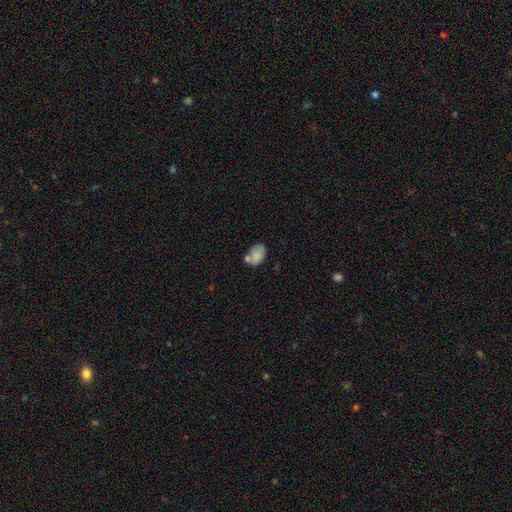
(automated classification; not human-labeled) Morphology: type=smooth (78%); roundness=in between (84%); merging=none (51%).